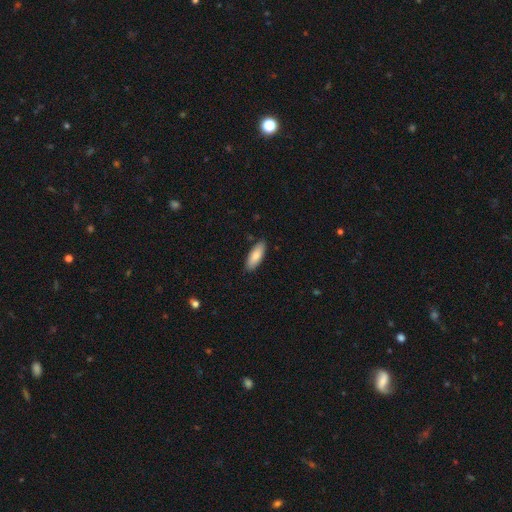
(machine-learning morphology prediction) Q: Smooth or featured?
A: smooth (86%); runner-up: featured or disk (8%)
Q: How rounded?
A: in between (70%); runner-up: cigar-shaped (28%)
Q: Merging?
A: none (87%); runner-up: minor disturbance (10%)